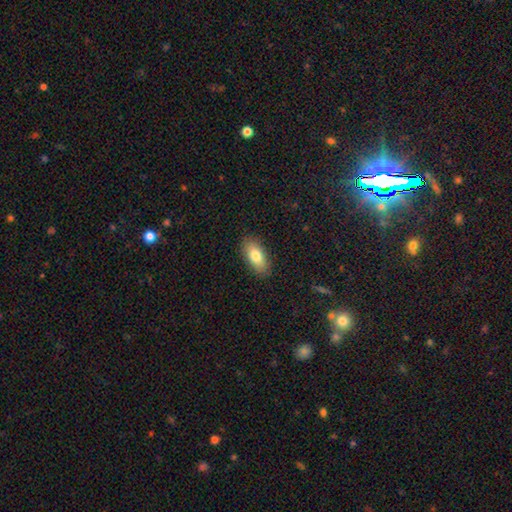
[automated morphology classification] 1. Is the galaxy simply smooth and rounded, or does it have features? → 80% smooth, 13% featured or disk, 7% star or artifact.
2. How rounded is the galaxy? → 87% in between, 9% cigar-shaped, 3% round.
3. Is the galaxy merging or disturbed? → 88% none, 9% minor disturbance, 2% major disturbance, 1% merger.